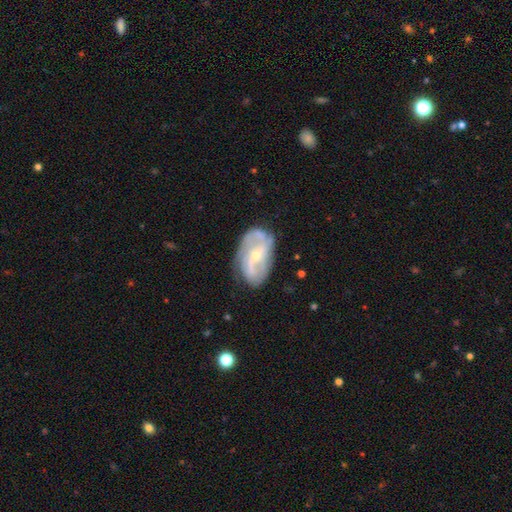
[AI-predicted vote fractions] This is likely a featured or disk galaxy (78%). It is clearly not viewed edge-on (96%). Bar: possibly no (46%). Spiral arm pattern: clearly yes (83%). Spiral arm count: possibly 2 (54%). Spiral winding: marginally medium (40%). Central bulge: likely small (68%). Merging: likely none (63%).